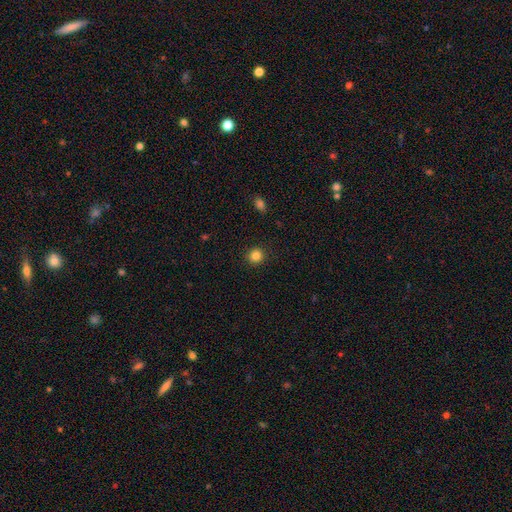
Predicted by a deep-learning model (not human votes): A smooth galaxy with no disk features (85%) that is round (92%).

Vote fractions:
- Smooth or featured? smooth: 85% / star or artifact: 12% / featured or disk: 4%
- How rounded? round: 92% / in between: 7% / cigar-shaped: 1%
- Merging? none: 91% / minor disturbance: 6% / major disturbance: 2% / merger: 1%